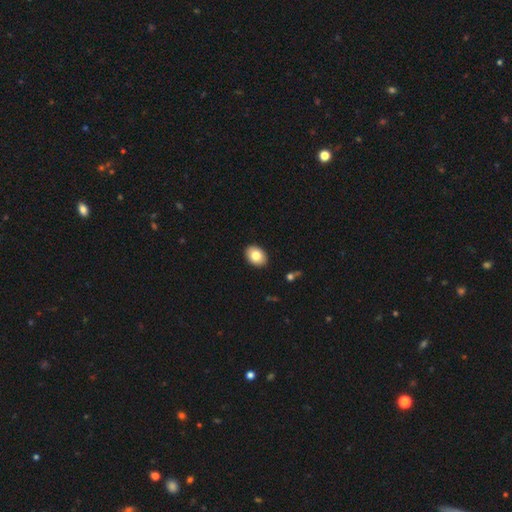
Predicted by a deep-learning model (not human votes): smooth-or-featured: smooth: 81% | featured or disk: 11% | star or artifact: 8%
  how-rounded: in between: 75% | round: 24% | cigar-shaped: 1%
  merging: none: 91% | minor disturbance: 7% | major disturbance: 2% | merger: 1%